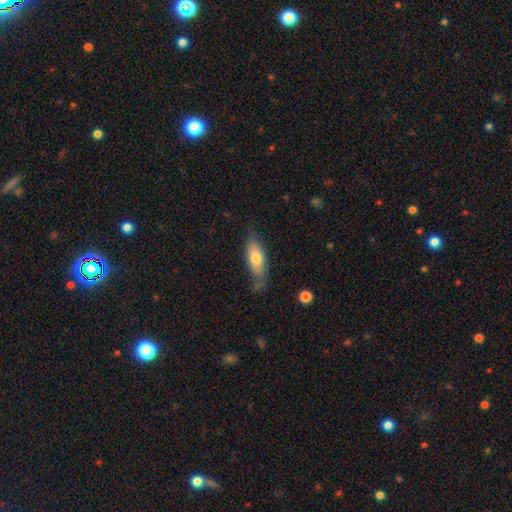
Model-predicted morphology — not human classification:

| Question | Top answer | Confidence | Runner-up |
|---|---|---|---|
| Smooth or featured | smooth | 67% | featured or disk (26%) |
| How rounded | in between | 63% | cigar-shaped (35%) |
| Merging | none | 64% | minor disturbance (26%) |